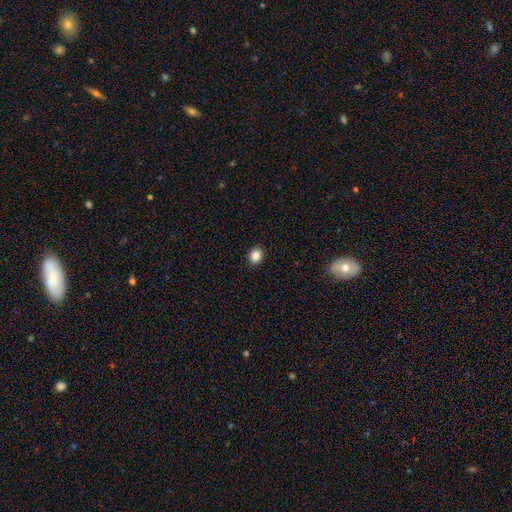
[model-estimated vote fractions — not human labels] smooth 85%, star or artifact 11%, featured or disk 4%. Down the decision tree: how rounded — round (75%); merging — none (92%).